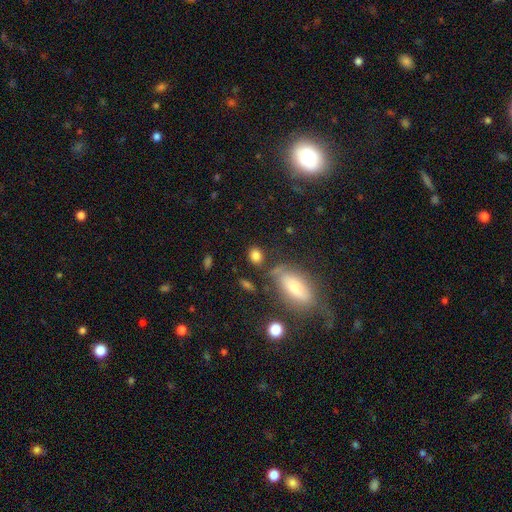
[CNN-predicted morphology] Smooth or featured: smooth — 82% (star or artifact — 10%)
How rounded: in between — 53% (round — 43%)
Merging: none — 76% (minor disturbance — 13%)